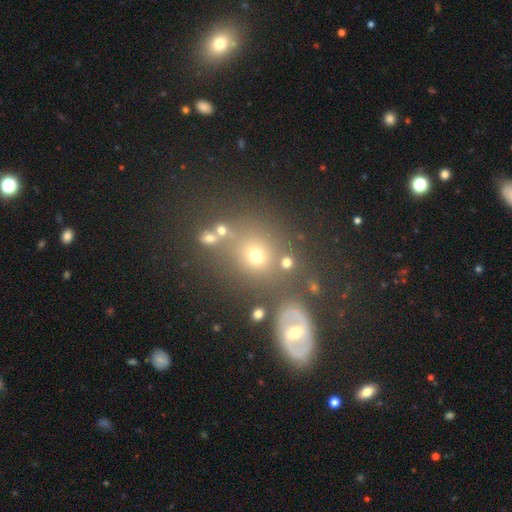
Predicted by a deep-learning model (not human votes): Smooth or featured? smooth (66%)
How rounded? round (79%)
Merging? none (64%)